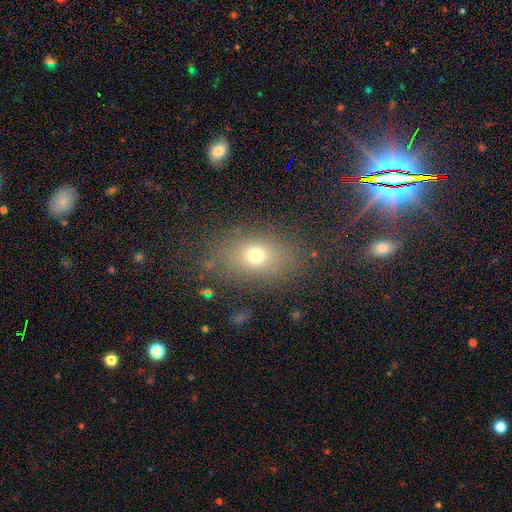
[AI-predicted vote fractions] Q: Smooth or featured?
A: smooth (70%); runner-up: star or artifact (16%)
Q: How rounded?
A: in between (71%); runner-up: round (27%)
Q: Merging?
A: none (80%); runner-up: minor disturbance (12%)